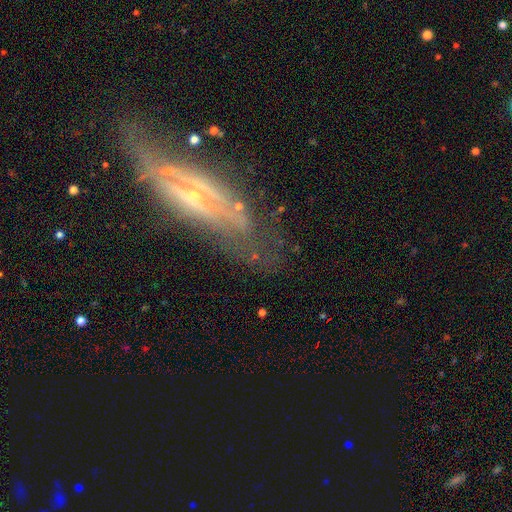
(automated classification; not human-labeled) The model was most divided on "edge-on disk": yes: 54%, no: 46%. More confident: smooth or featured — featured or disk (73%); merging — none (61%).